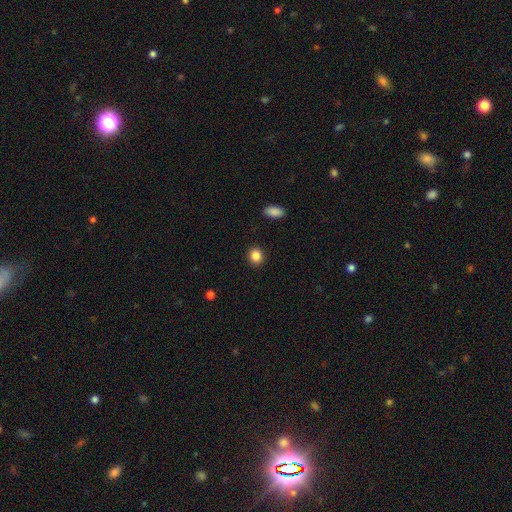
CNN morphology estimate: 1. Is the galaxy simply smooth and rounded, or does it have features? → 86% smooth, 10% star or artifact, 4% featured or disk.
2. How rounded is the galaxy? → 77% round, 22% in between, 1% cigar-shaped.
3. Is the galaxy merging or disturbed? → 92% none, 5% minor disturbance, 2% major disturbance, 1% merger.